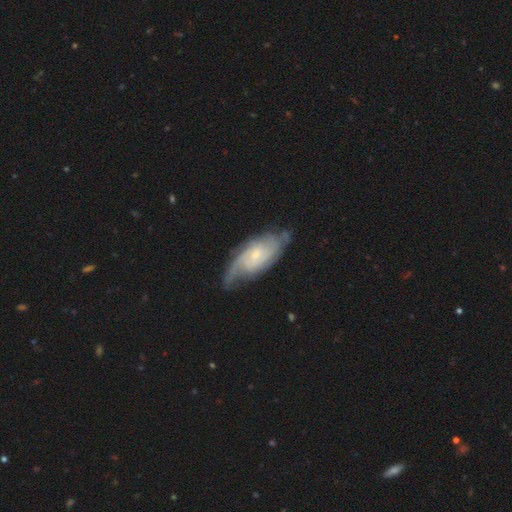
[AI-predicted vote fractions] The model was most divided on "spiral winding": tight: 44%, medium: 40%, loose: 15%. Remaining: spiral arms — yes (95%); edge-on disk — no (93%); smooth or featured — featured or disk (81%); merging — none (67%); bulge size — small (67%); bar — no (61%); spiral arm count — 2 (48%).